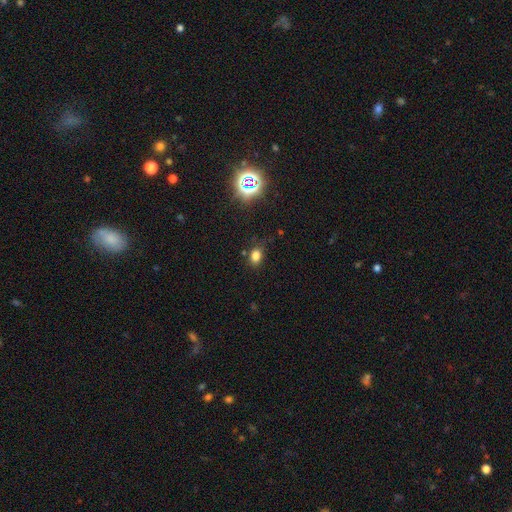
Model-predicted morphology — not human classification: smooth-or-featured: smooth: 76% | star or artifact: 19% | featured or disk: 6%
  how-rounded: in between: 62% | round: 37% | cigar-shaped: 1%
  merging: none: 77% | minor disturbance: 16% | major disturbance: 4% | merger: 3%